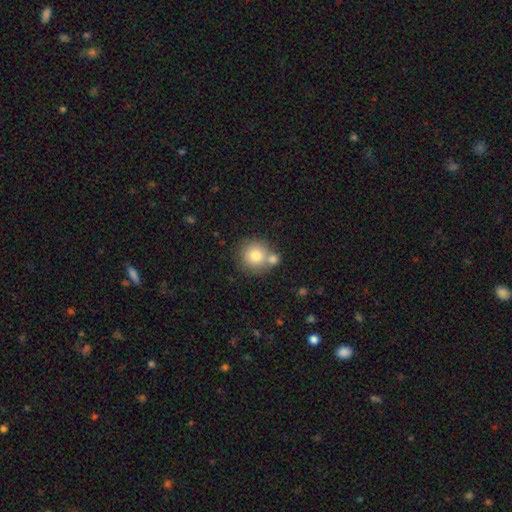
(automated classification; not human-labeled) Smooth or featured? Predicted: smooth (p=0.79). How rounded? Predicted: round (p=0.91). Merging? Predicted: none (p=0.57).